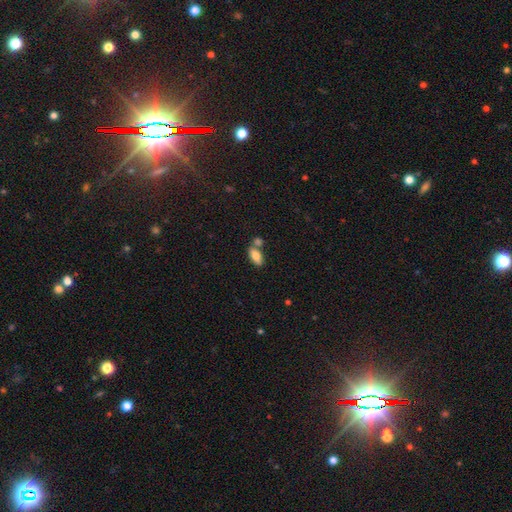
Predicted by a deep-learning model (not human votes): Q: Smooth or featured?
A: smooth (81%); runner-up: featured or disk (11%)
Q: How rounded?
A: in between (90%); runner-up: cigar-shaped (7%)
Q: Merging?
A: none (60%); runner-up: merger (25%)